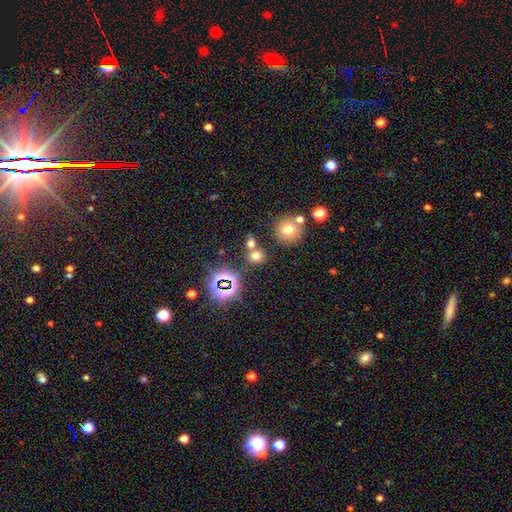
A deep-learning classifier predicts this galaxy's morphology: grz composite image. It shows a smooth galaxy with no disk features (59%) that is round (75%). Merging: none (64%).